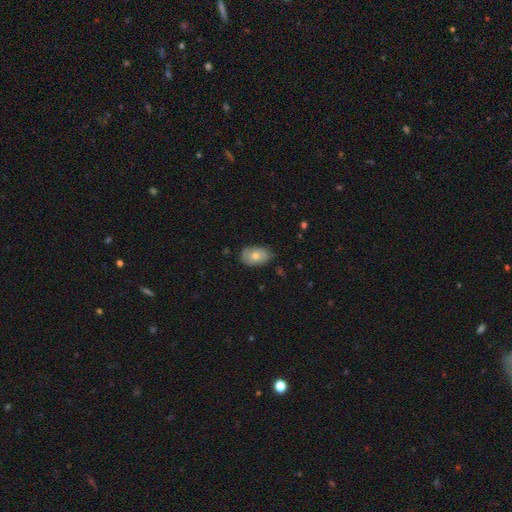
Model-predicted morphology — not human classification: A smooth galaxy with no disk features (69%) that is in between round and cigar-shaped (88%). Merging: none (70%).